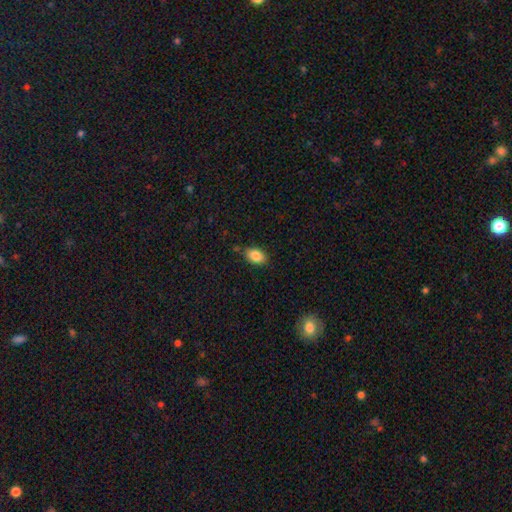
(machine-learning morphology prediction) Overall: smooth (86%). How rounded: in between (86%). Merging: none (80%).